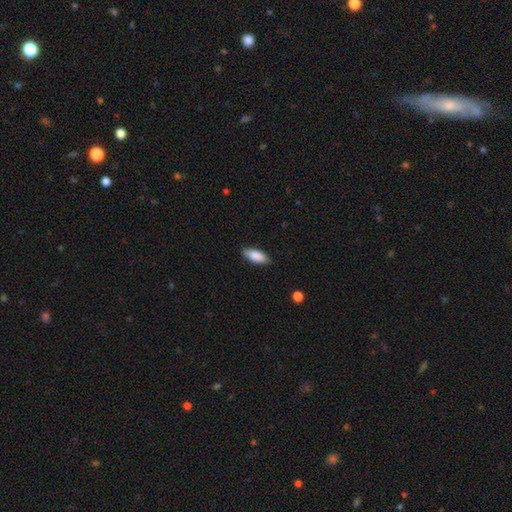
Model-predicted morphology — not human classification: Smooth or featured?
  - smooth: 87% *
  - featured or disk: 7%
  - star or artifact: 6%
How rounded?
  - in between: 81% *
  - cigar-shaped: 18%
  - round: 2%
Merging?
  - none: 85% *
  - minor disturbance: 12%
  - major disturbance: 2%
  - merger: 1%